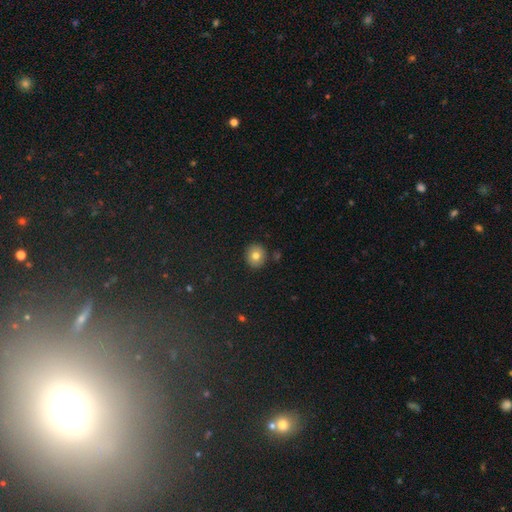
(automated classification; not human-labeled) Smooth or featured? Predicted: smooth (p=0.77). How rounded? Predicted: round (p=0.82). Merging? Predicted: none (p=0.88).